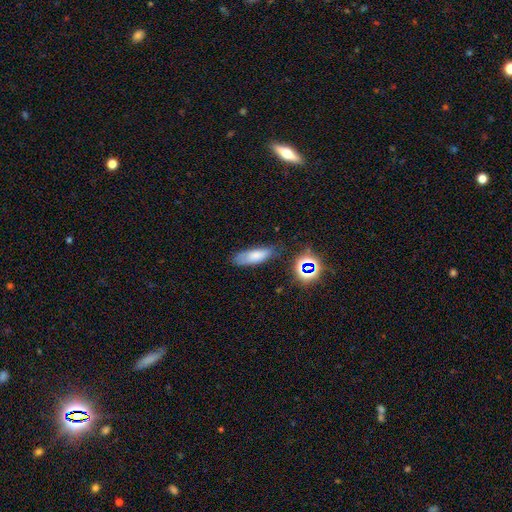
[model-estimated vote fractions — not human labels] Smooth or featured? smooth (72%)
How rounded? in between (59%)
Merging? none (65%)